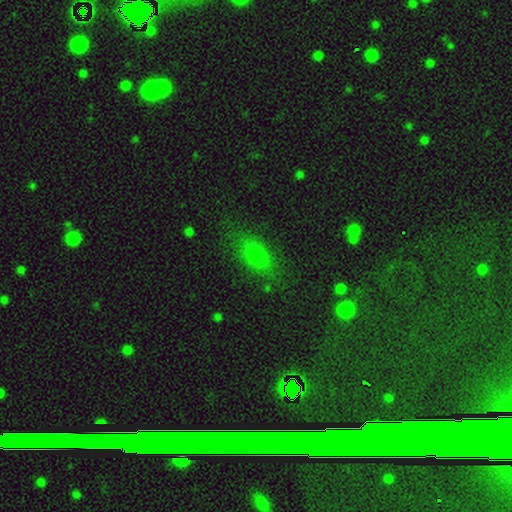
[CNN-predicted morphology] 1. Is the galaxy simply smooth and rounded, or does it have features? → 72% smooth, 14% star or artifact, 13% featured or disk.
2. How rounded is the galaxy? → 76% in between, 13% cigar-shaped, 11% round.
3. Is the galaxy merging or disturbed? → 79% none, 14% minor disturbance, 5% major disturbance, 2% merger.